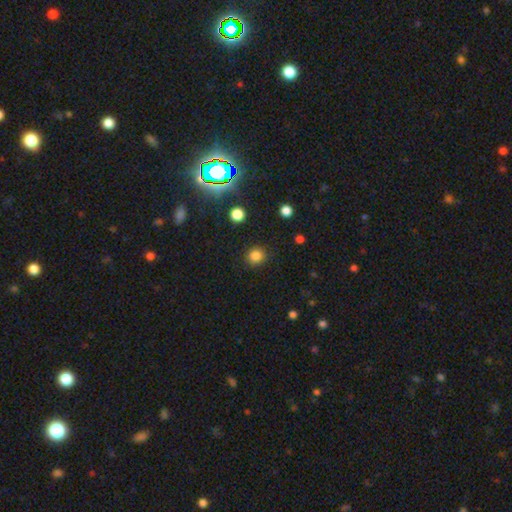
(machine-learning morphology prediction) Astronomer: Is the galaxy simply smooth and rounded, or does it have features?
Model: smooth — 83%.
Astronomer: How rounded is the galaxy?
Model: round — 87%.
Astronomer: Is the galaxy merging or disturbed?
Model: none — 90%.